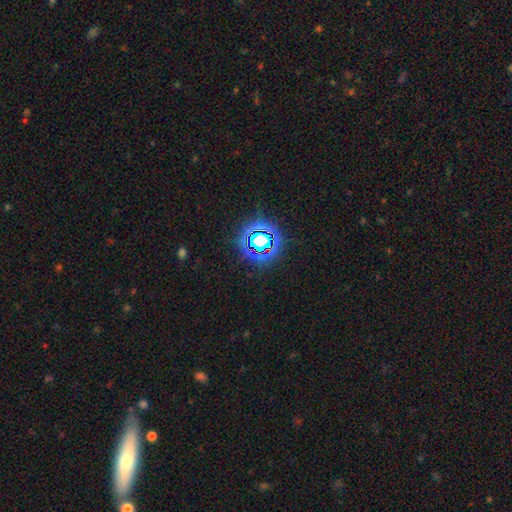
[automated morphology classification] This appears to be a star or artifact, not a galaxy (70%).